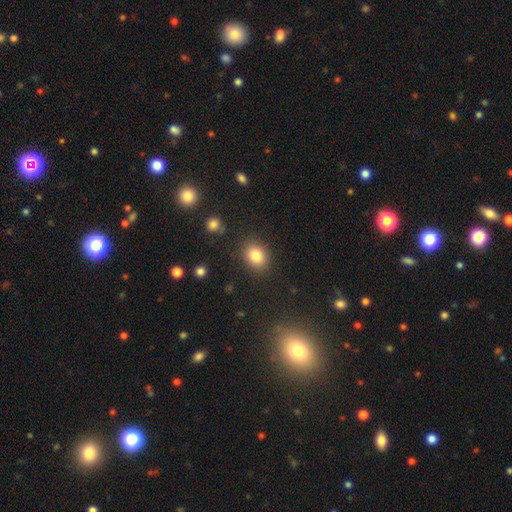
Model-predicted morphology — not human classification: A smooth galaxy with no disk features (84%) that is in between round and cigar-shaped (53%). Merging: none (85%).